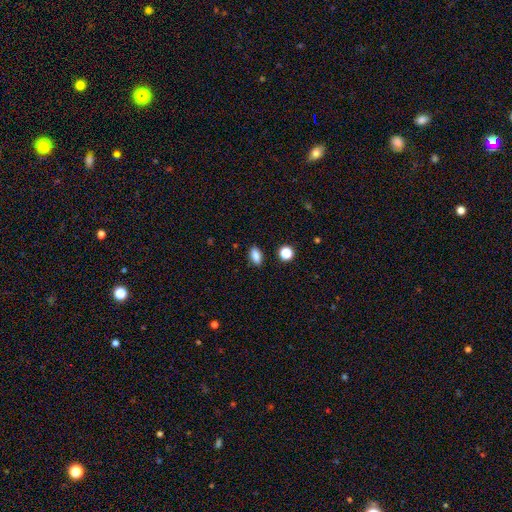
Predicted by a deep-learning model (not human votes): smooth_or_featured: smooth (p=0.85) [alt: star or artifact p=0.10]
how_rounded: in between (p=0.83) [alt: cigar-shaped p=0.09]
merging: none (p=0.87) [alt: minor disturbance p=0.09]